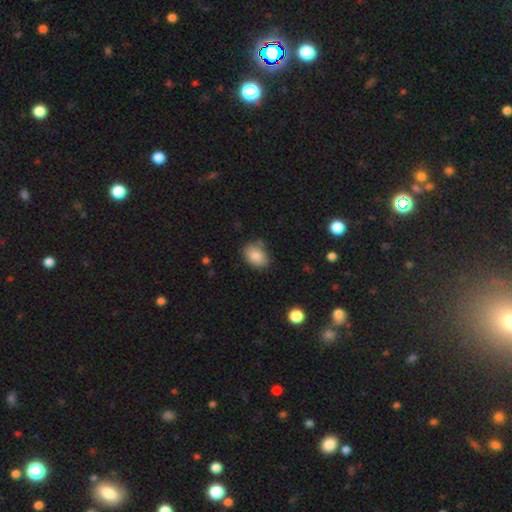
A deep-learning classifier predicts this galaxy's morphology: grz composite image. It shows a smooth galaxy with no disk features (86%) that is in between round and cigar-shaped (77%). Merging: none (72%).